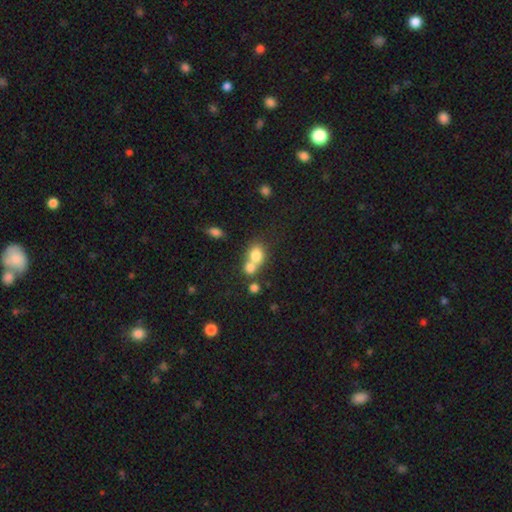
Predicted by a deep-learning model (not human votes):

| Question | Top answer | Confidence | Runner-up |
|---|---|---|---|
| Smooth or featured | smooth | 76% | featured or disk (13%) |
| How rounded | round | 62% | in between (37%) |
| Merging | merger | 61% | none (28%) |